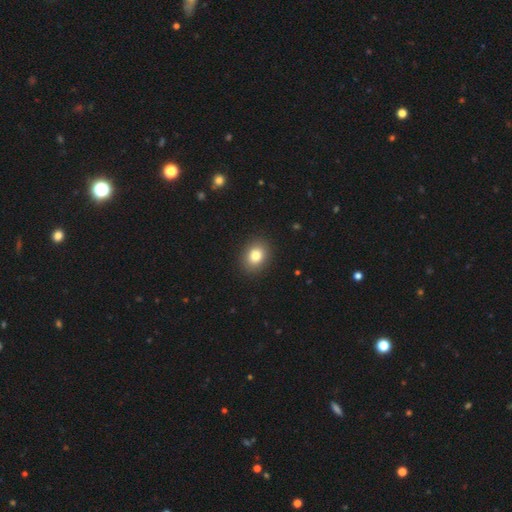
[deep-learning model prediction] This appears to be a smooth galaxy with no disk features (82%) that is round (50%). Merging: none (90%).